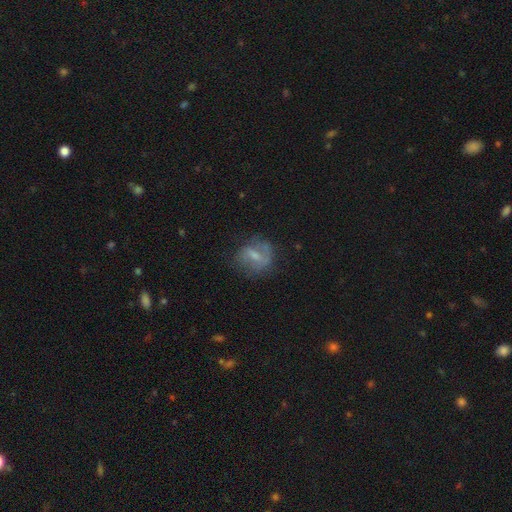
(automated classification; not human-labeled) A featured or disk galaxy (53%) with a weak bar (51%), spiral arms (63%) and a small central bulge (43%). Merging: none (57%).